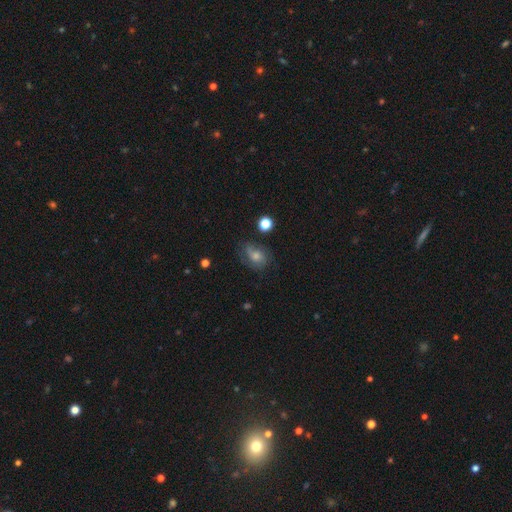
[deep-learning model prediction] The model was most divided on "smooth or featured": featured or disk: 46%, smooth: 35%, star or artifact: 19%. More confident: merging — none (68%).